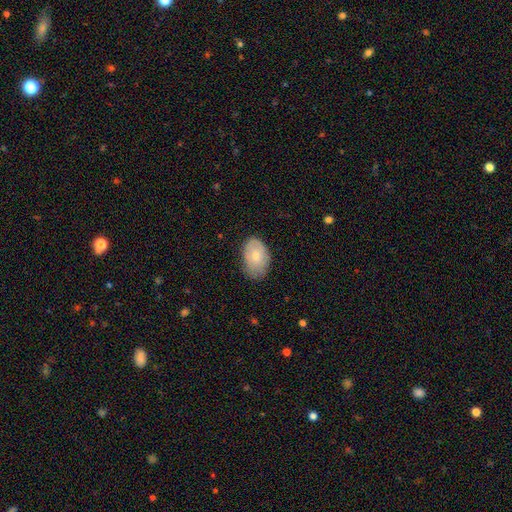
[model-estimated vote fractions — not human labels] Smooth or featured: smooth — 70% (featured or disk — 24%)
How rounded: in between — 87% (round — 12%)
Merging: none — 66% (minor disturbance — 27%)